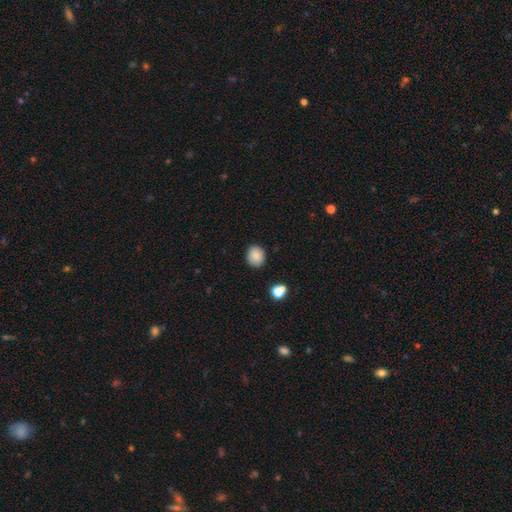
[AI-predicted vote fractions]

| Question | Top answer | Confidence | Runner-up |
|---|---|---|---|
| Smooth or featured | smooth | 86% | star or artifact (9%) |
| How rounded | round | 68% | in between (31%) |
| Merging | none | 88% | minor disturbance (9%) |